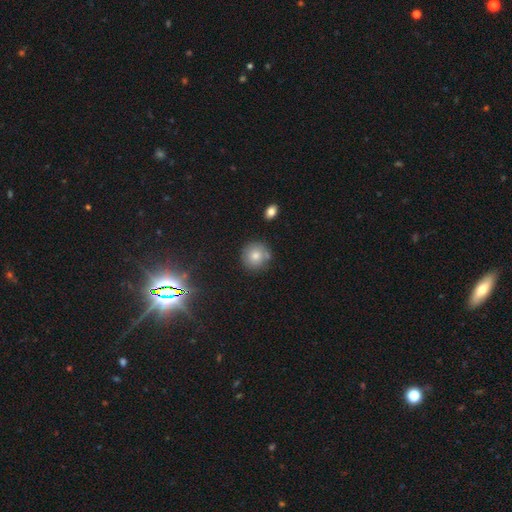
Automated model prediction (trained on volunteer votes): Smooth or featured? Predicted: smooth (p=0.77). How rounded? Predicted: round (p=0.92). Merging? Predicted: none (p=0.77).